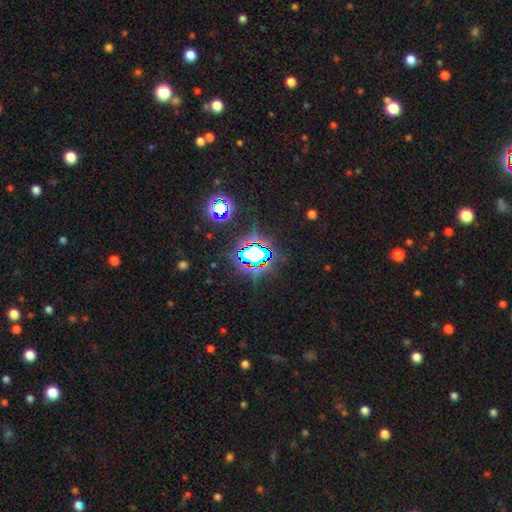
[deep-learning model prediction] This appears to be a star or artifact, not a galaxy (68%).